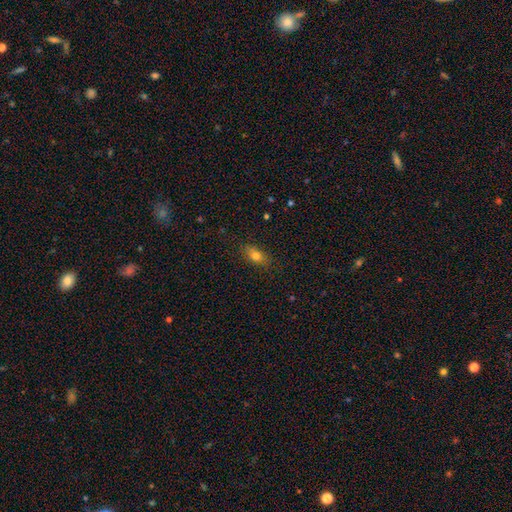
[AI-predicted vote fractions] Morphology: type=smooth (76%); roundness=in between (78%); merging=none (83%).